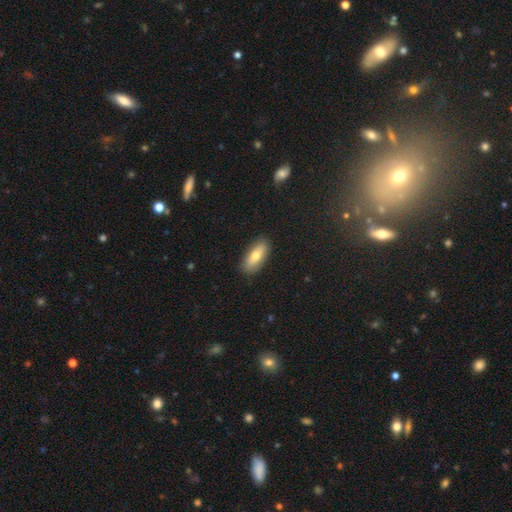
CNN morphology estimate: smooth_or_featured: smooth (p=0.69) [alt: featured or disk p=0.24]
how_rounded: in between (p=0.78) [alt: cigar-shaped p=0.19]
merging: none (p=0.85) [alt: minor disturbance p=0.11]